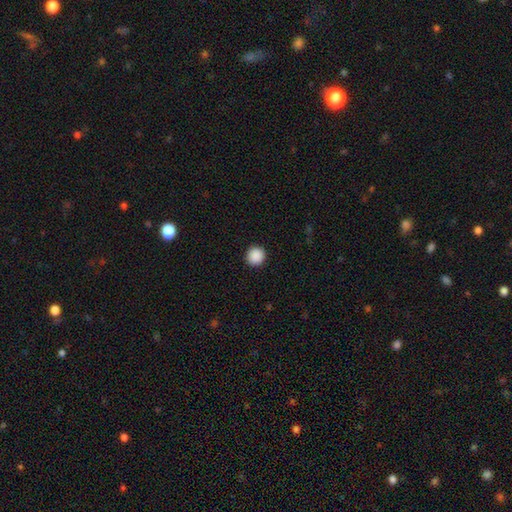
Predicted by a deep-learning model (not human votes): The model was most divided on "smooth or featured": smooth: 89%, star or artifact: 9%, featured or disk: 2%. More confident: how rounded — round (94%); merging — none (93%).